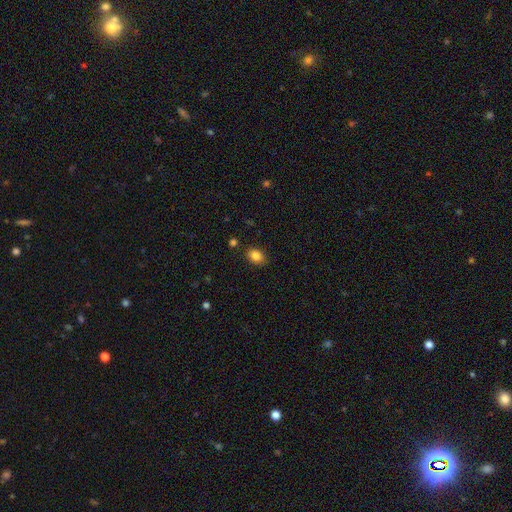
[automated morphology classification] smooth-or-featured: smooth: 85% | star or artifact: 10% | featured or disk: 5%
  how-rounded: in between: 71% | round: 28% | cigar-shaped: 1%
  merging: none: 84% | minor disturbance: 11% | major disturbance: 3% | merger: 2%